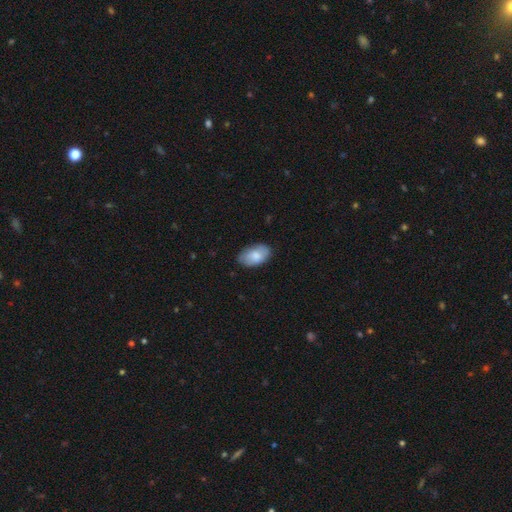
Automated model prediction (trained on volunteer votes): smooth-or-featured: smooth: 79% | featured or disk: 15% | star or artifact: 6%
  how-rounded: in between: 93% | round: 5% | cigar-shaped: 1%
  merging: none: 78% | minor disturbance: 18% | major disturbance: 3% | merger: 1%